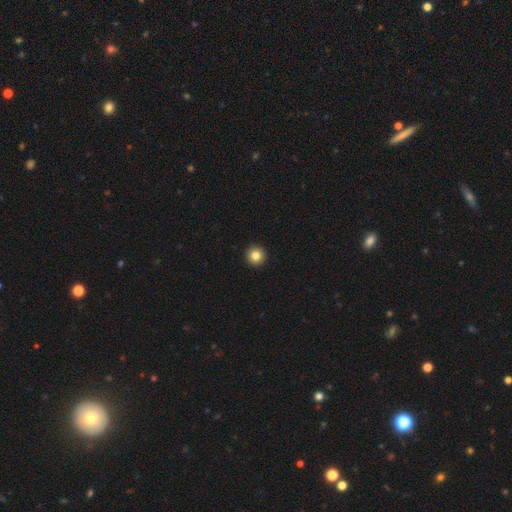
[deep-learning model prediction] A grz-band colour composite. It shows a smooth galaxy with no disk features (83%) that is round (96%). Merging: none (94%).